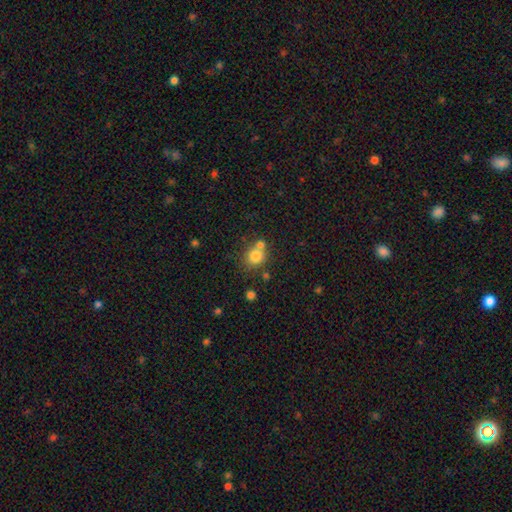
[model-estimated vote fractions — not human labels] Smooth or featured? smooth (79%)
How rounded? round (81%)
Merging? none (54%)